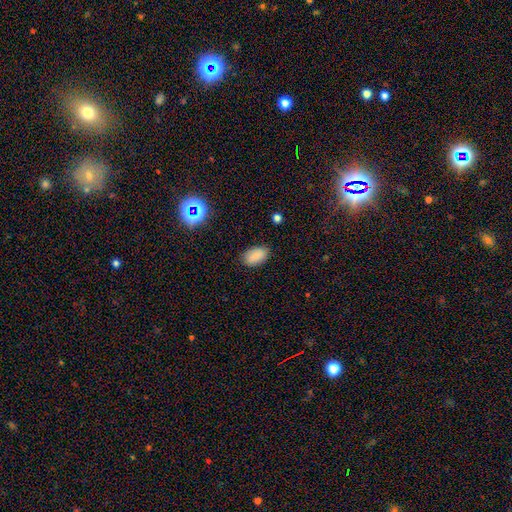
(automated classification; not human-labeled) Smooth or featured?
  - smooth: 84% *
  - star or artifact: 9%
  - featured or disk: 7%
How rounded?
  - in between: 92% *
  - round: 6%
  - cigar-shaped: 2%
Merging?
  - none: 84% *
  - minor disturbance: 12%
  - major disturbance: 3%
  - merger: 1%